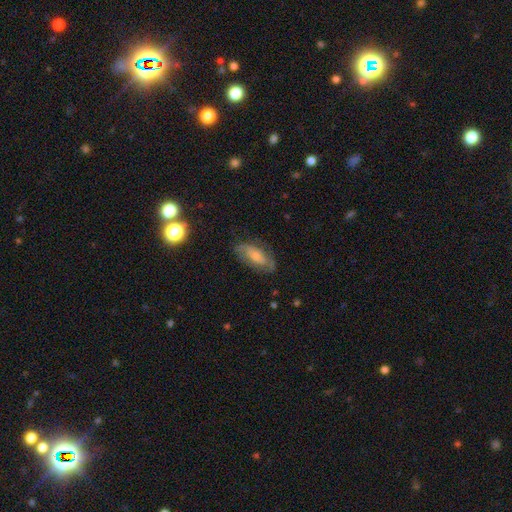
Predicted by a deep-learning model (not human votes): A featured or disk galaxy (59%) with no bar (53%), spiral arms (77%) and a small central bulge (51%).

Vote fractions:
- Smooth or featured? featured or disk: 59% / smooth: 32% / star or artifact: 10%
- Edge-on disk? no: 87% / yes: 13%
- Bar? no: 53% / weak: 34% / strong: 13%
- Spiral arms? yes: 77% / no: 23%
- Bulge size? small: 51% / moderate: 38% / none: 6% / large: 4% / dominant: 1%
- Merging? none: 75% / minor disturbance: 17% / major disturbance: 6% / merger: 2%